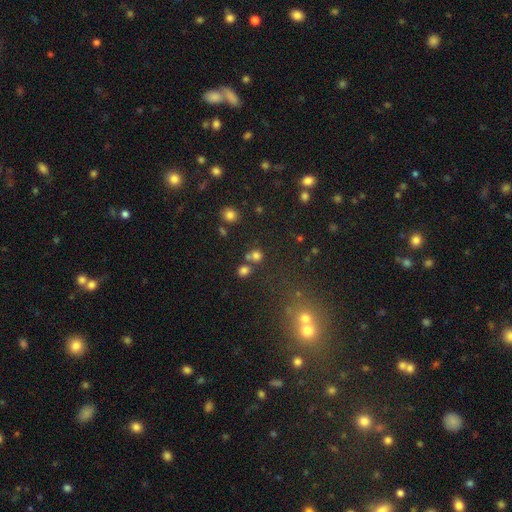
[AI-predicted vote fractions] This appears to be a smooth galaxy with no disk features (72%) that is round (83%). Merging: none (58%).